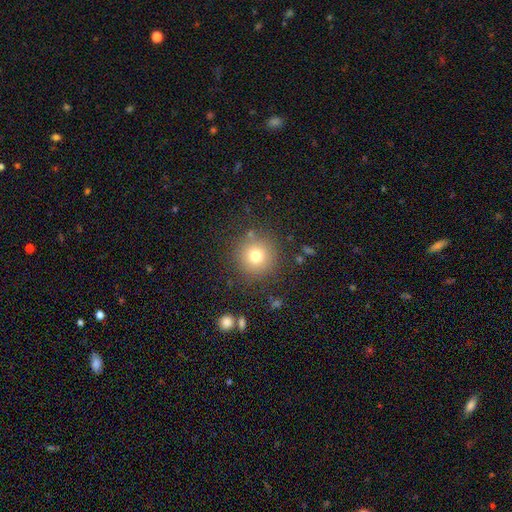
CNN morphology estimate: Smooth or featured?
  - smooth: 75% *
  - star or artifact: 14%
  - featured or disk: 11%
How rounded?
  - round: 95% *
  - in between: 4%
  - cigar-shaped: 1%
Merging?
  - none: 85% *
  - minor disturbance: 8%
  - major disturbance: 4%
  - merger: 3%